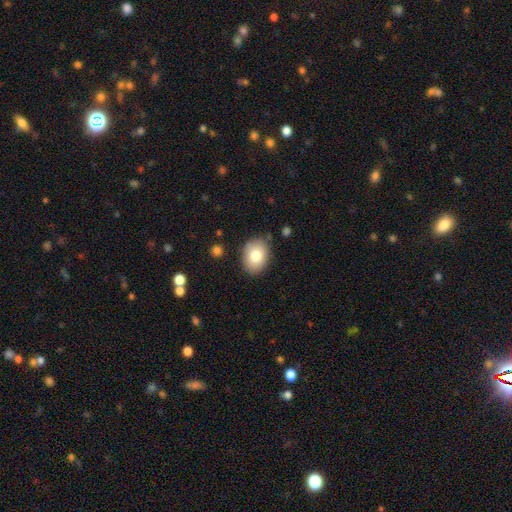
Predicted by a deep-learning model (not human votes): Q: Smooth or featured?
A: smooth (79%); runner-up: featured or disk (13%)
Q: How rounded?
A: in between (66%); runner-up: round (34%)
Q: Merging?
A: none (83%); runner-up: minor disturbance (12%)